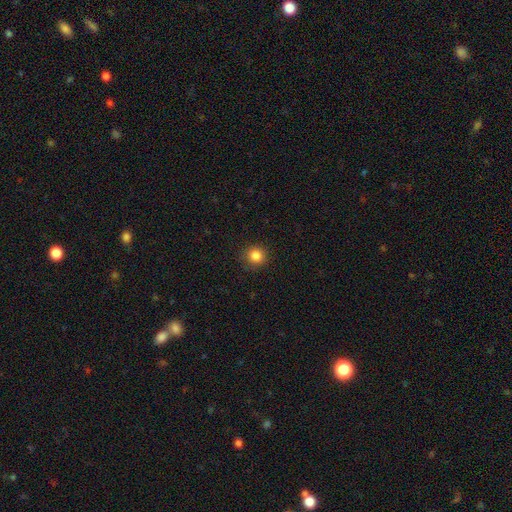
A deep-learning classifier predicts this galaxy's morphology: smooth-or-featured: smooth: 85% | star or artifact: 11% | featured or disk: 4%
  how-rounded: round: 93% | in between: 6% | cigar-shaped: 1%
  merging: none: 89% | minor disturbance: 8% | major disturbance: 2% | merger: 1%